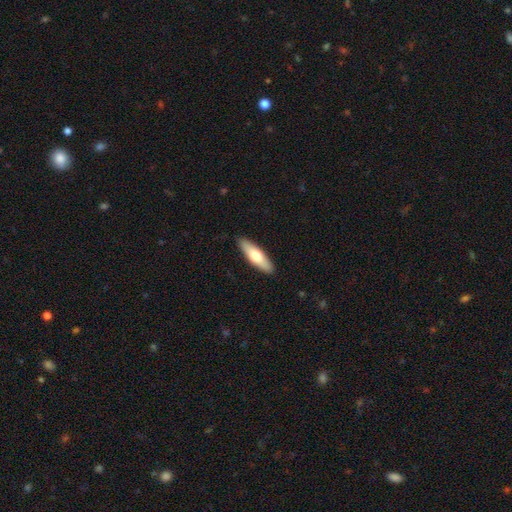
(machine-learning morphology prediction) The model was most divided on "how rounded": cigar-shaped: 60%, in between: 38%, round: 2%. More confident: merging — none (90%); smooth or featured — smooth (62%).